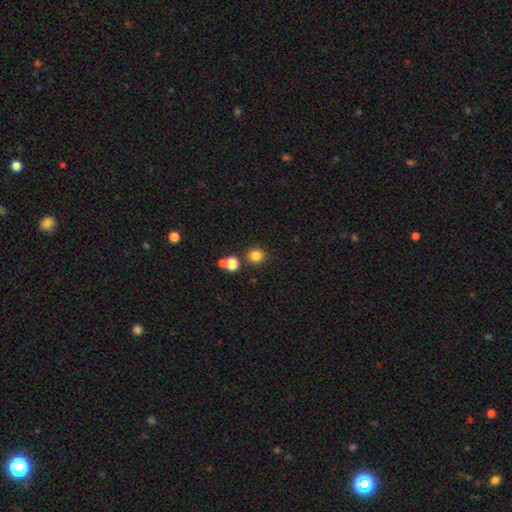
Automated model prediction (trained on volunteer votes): A smooth galaxy with no disk features (82%) that is round (85%).

Vote fractions:
- Smooth or featured? smooth: 82% / star or artifact: 13% / featured or disk: 5%
- How rounded? round: 85% / in between: 14% / cigar-shaped: 1%
- Merging? none: 81% / minor disturbance: 8% / merger: 8% / major disturbance: 3%